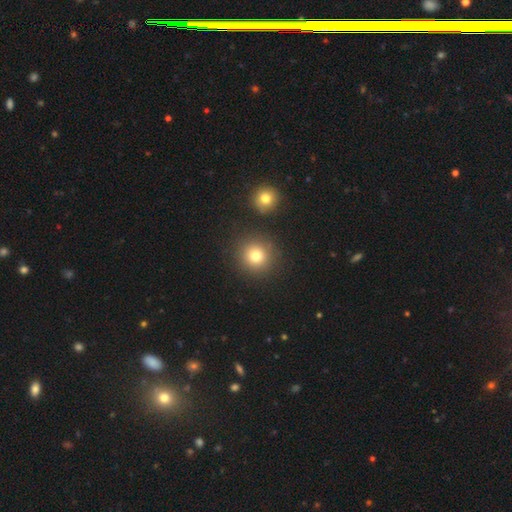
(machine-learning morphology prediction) A smooth galaxy with no disk features (79%) that is round (93%).

Vote fractions:
- Smooth or featured? smooth: 79% / star or artifact: 13% / featured or disk: 8%
- How rounded? round: 93% / in between: 6% / cigar-shaped: 1%
- Merging? none: 85% / minor disturbance: 7% / merger: 6% / major disturbance: 3%